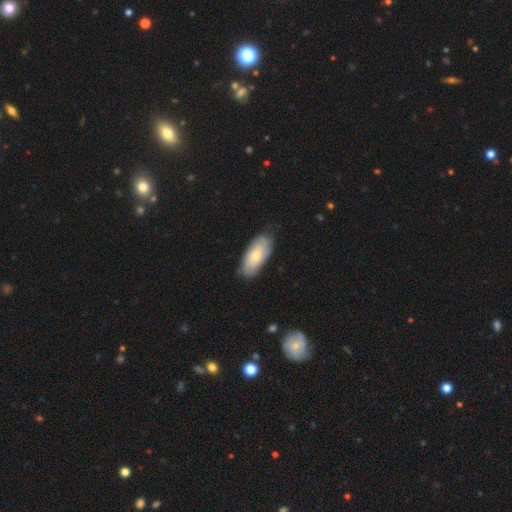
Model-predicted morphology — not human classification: smooth 53%, featured or disk 41%, star or artifact 5%. Down the decision tree: how rounded — in between (88%); merging — none (76%).